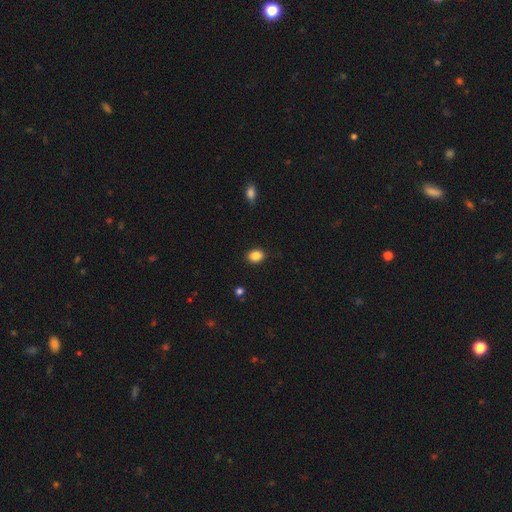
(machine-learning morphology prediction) smooth 87%, star or artifact 9%, featured or disk 4%. Down the decision tree: how rounded — in between (63%); merging — none (88%).